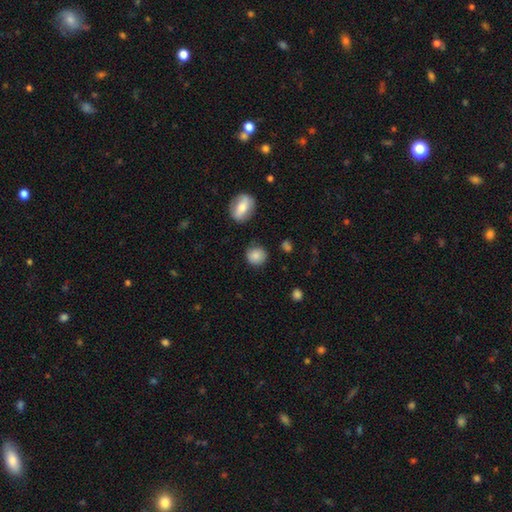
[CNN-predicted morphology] Smooth or featured: smooth — 85% (star or artifact — 9%)
How rounded: round — 86% (in between — 13%)
Merging: none — 82% (minor disturbance — 12%)